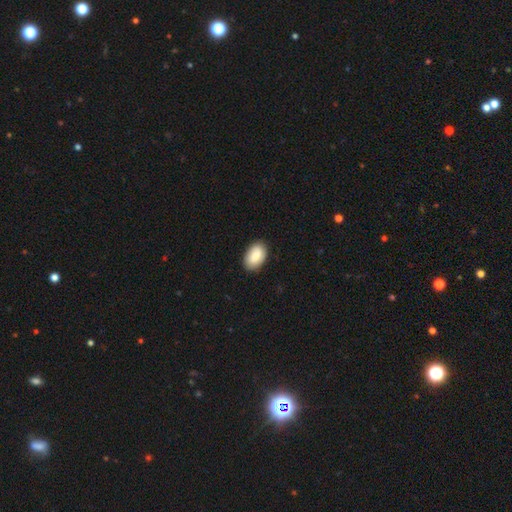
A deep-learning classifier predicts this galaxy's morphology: smooth 81%, featured or disk 13%, star or artifact 6%. Down the decision tree: how rounded — in between (92%); merging — none (87%).